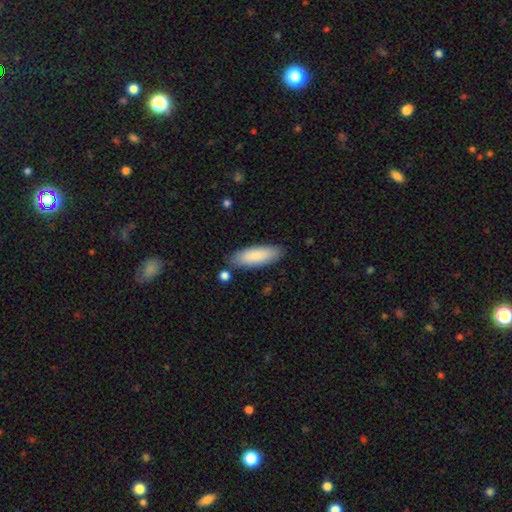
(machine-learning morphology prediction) This is clearly a smooth galaxy (85%). How rounded: likely in between (62%). Merging: clearly none (83%).